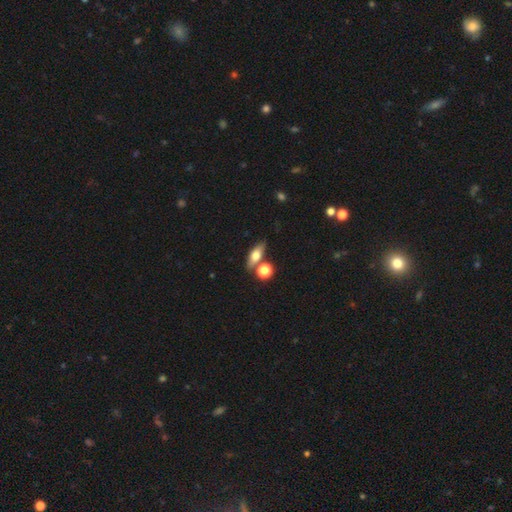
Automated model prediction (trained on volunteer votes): A smooth galaxy with no disk features (60%) that is in between round and cigar-shaped (62%). Merging: none (68%).